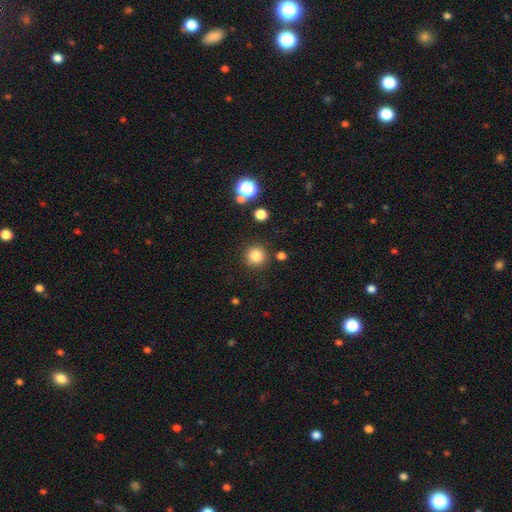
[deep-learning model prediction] The model was most divided on "smooth or featured": smooth: 84%, star or artifact: 12%, featured or disk: 4%. More confident: how rounded — round (94%); merging — none (87%).